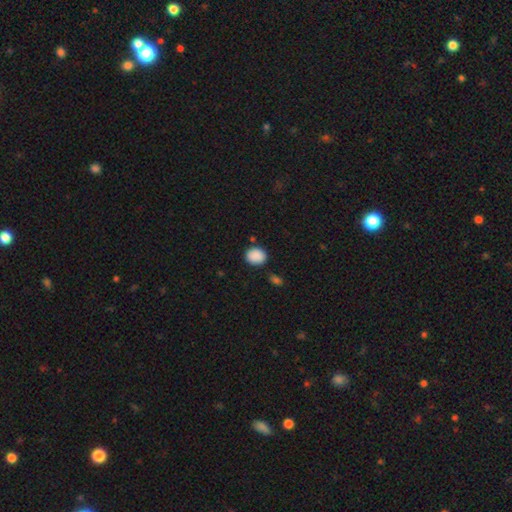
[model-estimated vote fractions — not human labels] Smooth or featured?
  - smooth: 89% *
  - star or artifact: 8%
  - featured or disk: 3%
How rounded?
  - round: 55% *
  - in between: 44%
  - cigar-shaped: 1%
Merging?
  - none: 82% *
  - minor disturbance: 12%
  - merger: 3%
  - major disturbance: 3%